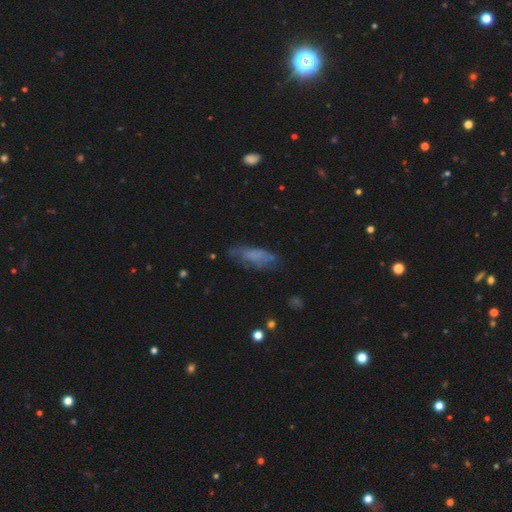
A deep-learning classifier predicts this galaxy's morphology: This appears to be a smooth galaxy with no disk features (59%) that is in between round and cigar-shaped (60%). Merging: none (58%).